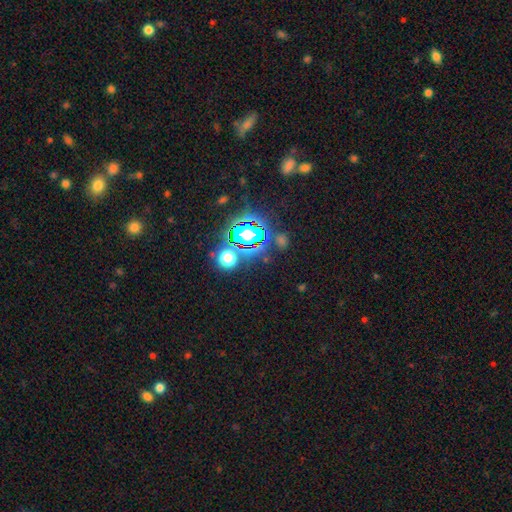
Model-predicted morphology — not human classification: This is clearly a star or artifact rather than a galaxy (81%).